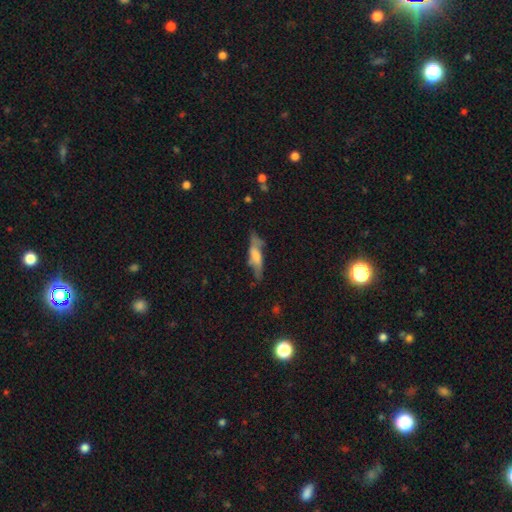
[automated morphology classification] Smooth or featured?
  - smooth: 49% *
  - featured or disk: 43%
  - star or artifact: 8%
Merging?
  - none: 53% *
  - minor disturbance: 28%
  - major disturbance: 14%
  - merger: 5%